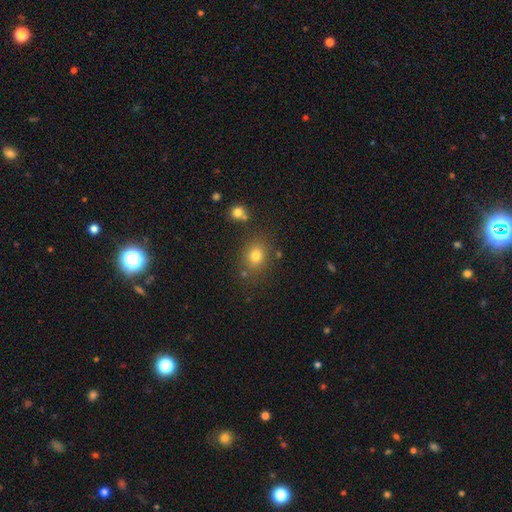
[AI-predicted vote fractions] A smooth galaxy with no disk features (76%) that is round (56%). Merging: none (78%).